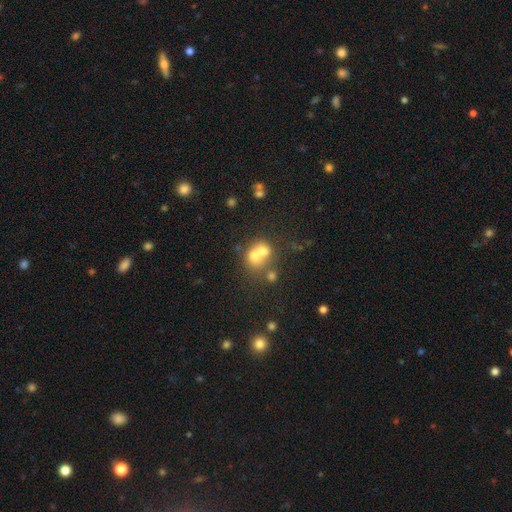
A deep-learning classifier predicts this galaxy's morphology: Smooth or featured? smooth (62%)
How rounded? round (69%)
Merging? merger (61%)